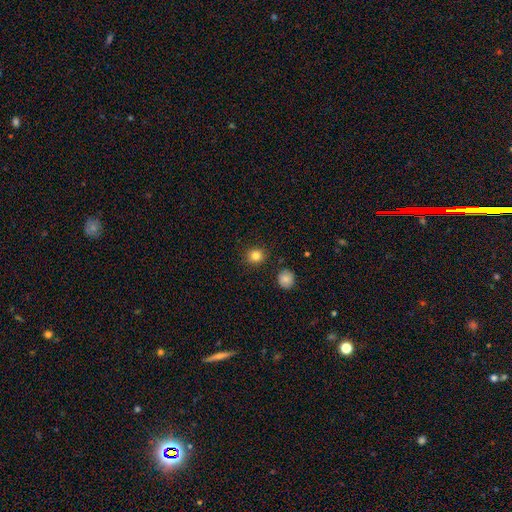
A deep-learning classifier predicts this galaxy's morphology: type=smooth (83%); roundness=round (86%); merging=none (89%).